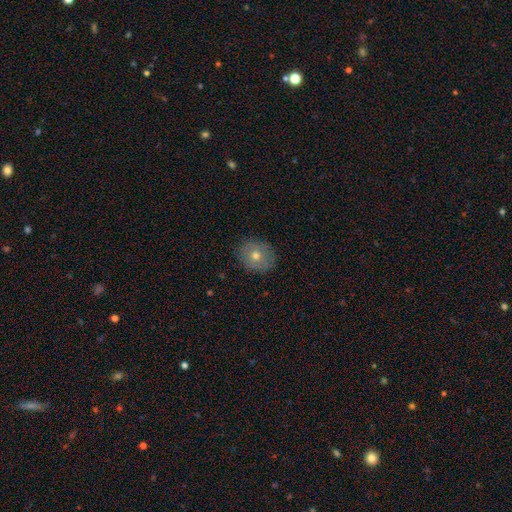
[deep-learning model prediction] smooth_or_featured: smooth (p=0.66) [alt: featured or disk p=0.23]
how_rounded: round (p=0.72) [alt: in between p=0.27]
merging: none (p=0.86) [alt: minor disturbance p=0.10]